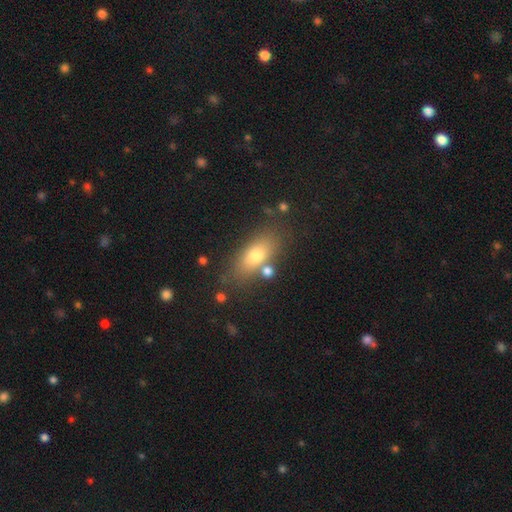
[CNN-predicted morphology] Overall: smooth (73%). How rounded: in between (77%). Merging: none (73%).